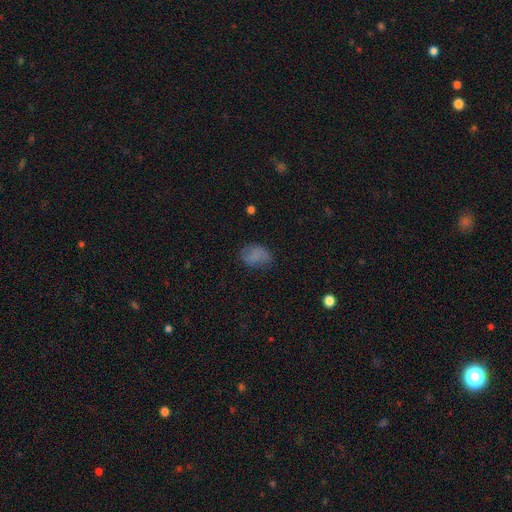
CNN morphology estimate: smooth-or-featured: smooth: 75% | featured or disk: 13% | star or artifact: 12%
  how-rounded: in between: 76% | round: 22% | cigar-shaped: 1%
  merging: none: 65% | minor disturbance: 24% | major disturbance: 9% | merger: 2%